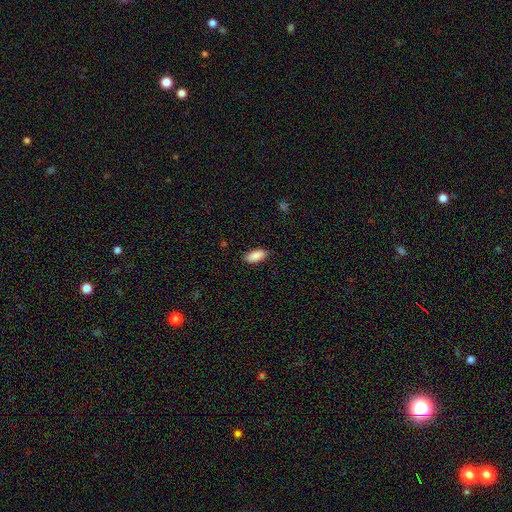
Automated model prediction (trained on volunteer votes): Smooth or featured?
  - smooth: 88% *
  - star or artifact: 6%
  - featured or disk: 5%
How rounded?
  - in between: 87% *
  - cigar-shaped: 11%
  - round: 2%
Merging?
  - none: 87% *
  - minor disturbance: 10%
  - major disturbance: 2%
  - merger: 1%